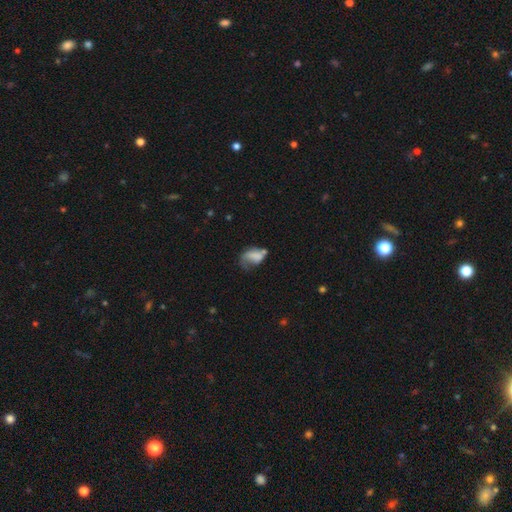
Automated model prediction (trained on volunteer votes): Smooth or featured? Predicted: smooth (p=0.58). How rounded? Predicted: in between (p=0.81). Merging? Predicted: major disturbance (p=0.43).